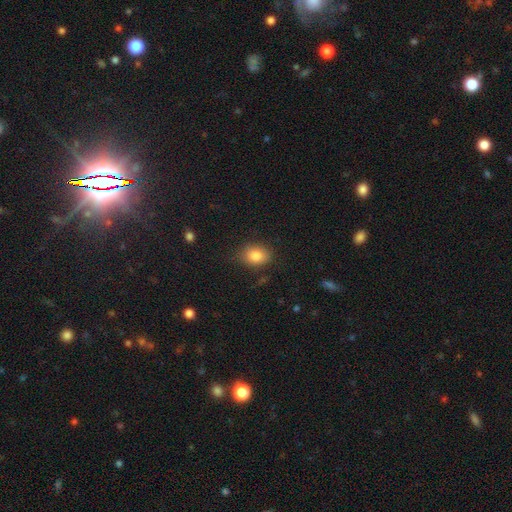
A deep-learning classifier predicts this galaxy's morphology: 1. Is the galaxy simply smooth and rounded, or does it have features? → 84% smooth, 9% star or artifact, 7% featured or disk.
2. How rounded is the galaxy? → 65% in between, 34% round, 1% cigar-shaped.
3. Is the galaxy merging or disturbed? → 80% none, 15% minor disturbance, 4% major disturbance, 2% merger.